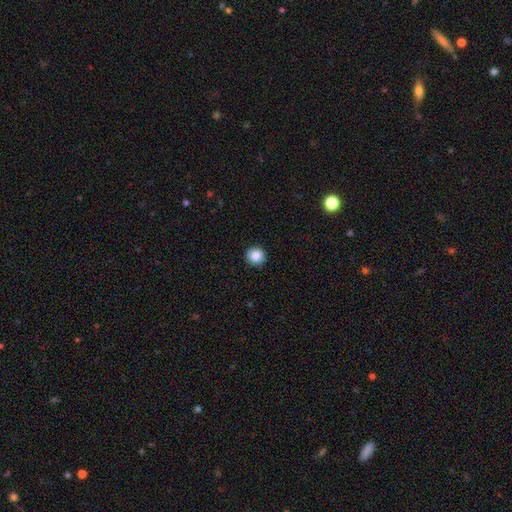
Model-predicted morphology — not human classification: This appears to be a smooth galaxy with no disk features (86%) that is round (93%). Merging: none (92%).